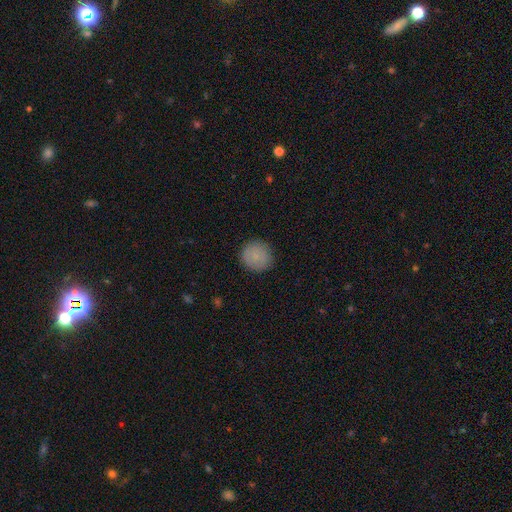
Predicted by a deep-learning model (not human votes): Q: Smooth or featured?
A: smooth (84%); runner-up: featured or disk (8%)
Q: How rounded?
A: round (93%); runner-up: in between (6%)
Q: Merging?
A: none (89%); runner-up: minor disturbance (8%)